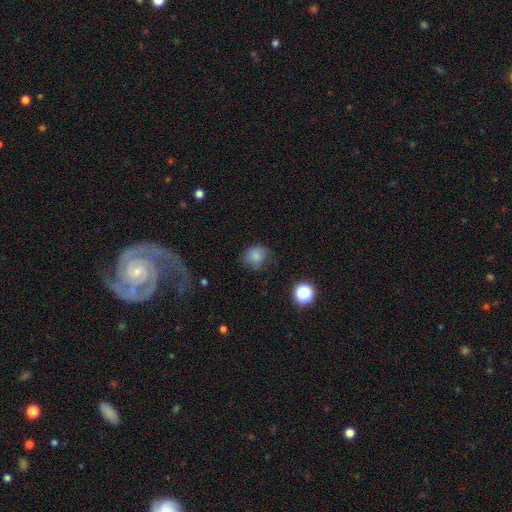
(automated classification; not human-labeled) Smooth or featured?
  - smooth: 81% *
  - star or artifact: 12%
  - featured or disk: 7%
How rounded?
  - round: 73% *
  - in between: 26%
  - cigar-shaped: 1%
Merging?
  - none: 64% *
  - minor disturbance: 25%
  - major disturbance: 9%
  - merger: 2%